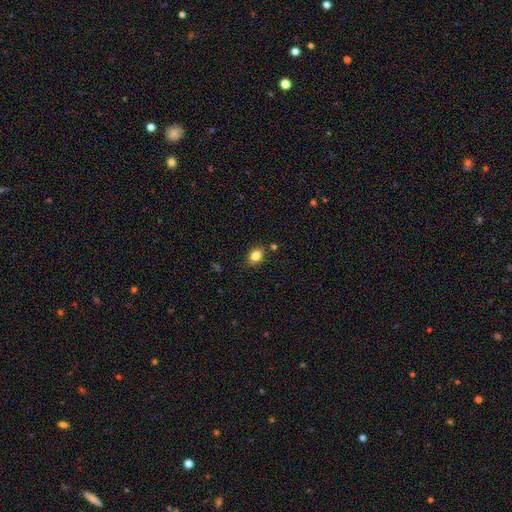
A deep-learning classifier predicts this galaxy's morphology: Q: Smooth or featured?
A: smooth (83%); runner-up: star or artifact (10%)
Q: How rounded?
A: in between (67%); runner-up: round (32%)
Q: Merging?
A: none (83%); runner-up: minor disturbance (11%)